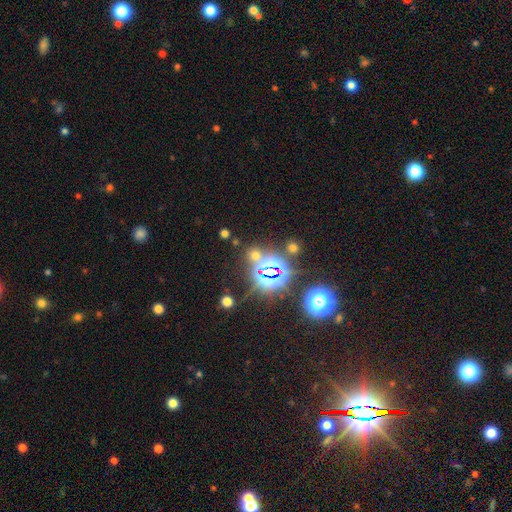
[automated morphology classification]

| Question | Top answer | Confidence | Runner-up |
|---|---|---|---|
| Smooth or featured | star or artifact | 58% | smooth (34%) |